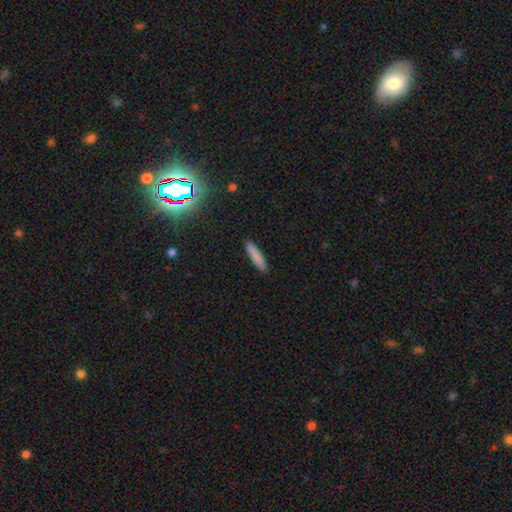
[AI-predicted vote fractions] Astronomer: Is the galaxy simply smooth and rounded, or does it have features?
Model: smooth — 84%.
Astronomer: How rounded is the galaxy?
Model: cigar-shaped — 89%.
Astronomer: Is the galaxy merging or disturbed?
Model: none — 91%.